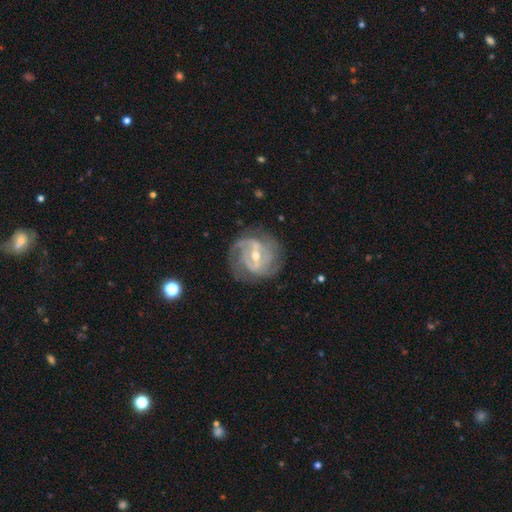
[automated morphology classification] smooth-or-featured: featured or disk: 87% | smooth: 7% | star or artifact: 6%
  disk-edge-on: no: 97% | yes: 3%
    bar: weak: 43% (tied) | strong: 43% (tied) | no: 15%
    has-spiral-arms: yes: 94% | no: 6%
      spiral-winding: tight: 51% | medium: 38% | loose: 11%
      spiral-arm-count: 2: 41% | can't tell: 23% | 3: 21% | 4: 6% | 1: 5% | more than 4: 4%
    bulge-size: moderate: 51% | small: 45% | large: 2% | none: 1% | dominant: 1%
  merging: none: 73% | minor disturbance: 16% | major disturbance: 9% | merger: 2%